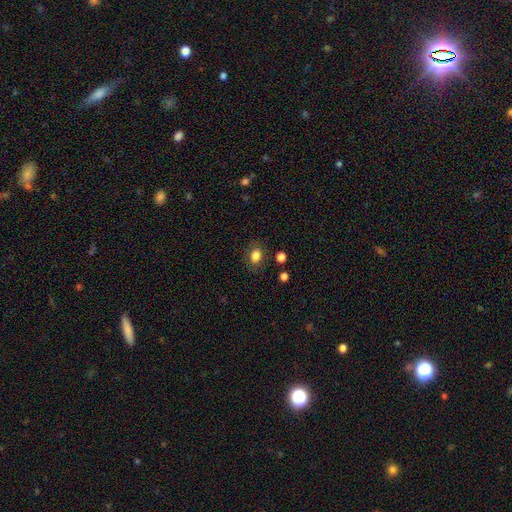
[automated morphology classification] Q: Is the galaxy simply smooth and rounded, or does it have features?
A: smooth — 82%.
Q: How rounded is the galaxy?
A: in between — 65%.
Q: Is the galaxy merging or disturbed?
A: none — 82%.